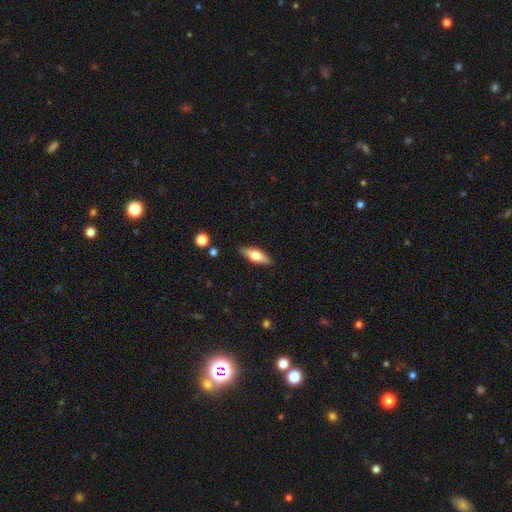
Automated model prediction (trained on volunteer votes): Smooth or featured: smooth — 63% (featured or disk — 31%)
How rounded: in between — 63% (cigar-shaped — 34%)
Merging: none — 85% (minor disturbance — 11%)